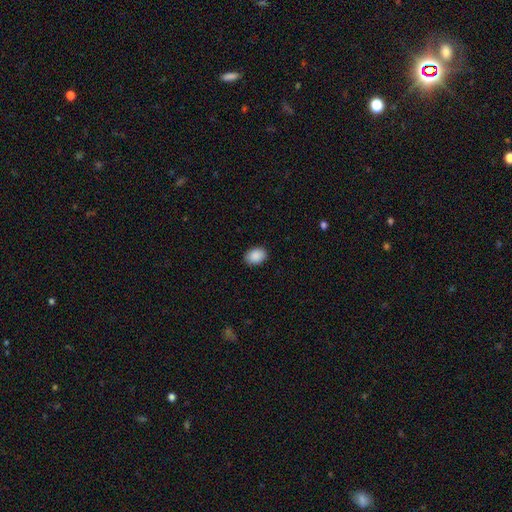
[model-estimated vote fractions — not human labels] Smooth or featured? Predicted: smooth (p=0.90). How rounded? Predicted: in between (p=0.72). Merging? Predicted: none (p=0.88).